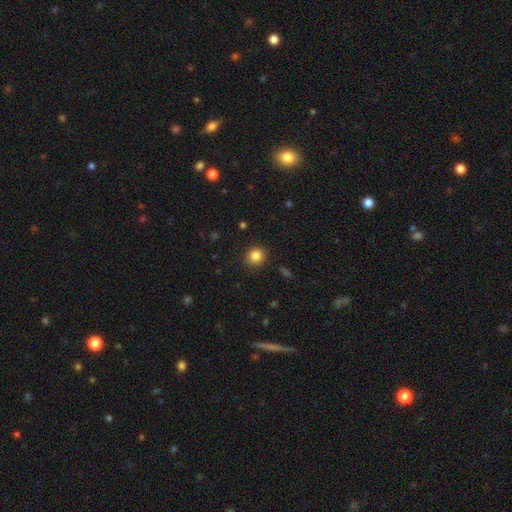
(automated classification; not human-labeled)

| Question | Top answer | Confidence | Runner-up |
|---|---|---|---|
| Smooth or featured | smooth | 85% | star or artifact (11%) |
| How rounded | round | 85% | in between (14%) |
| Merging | none | 89% | minor disturbance (7%) |